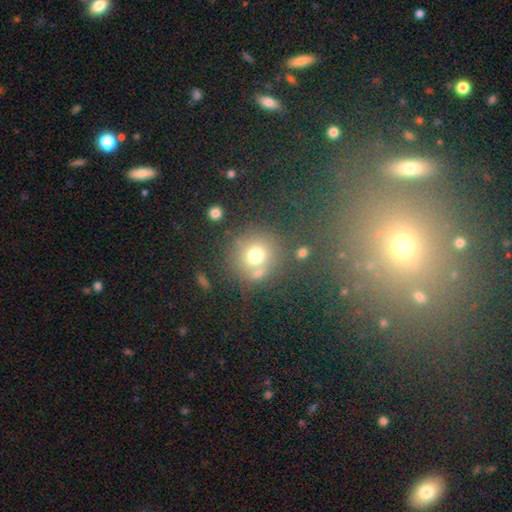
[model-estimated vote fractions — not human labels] Q: Smooth or featured?
A: smooth (70%); runner-up: star or artifact (17%)
Q: How rounded?
A: round (88%); runner-up: in between (11%)
Q: Merging?
A: none (63%); runner-up: merger (19%)